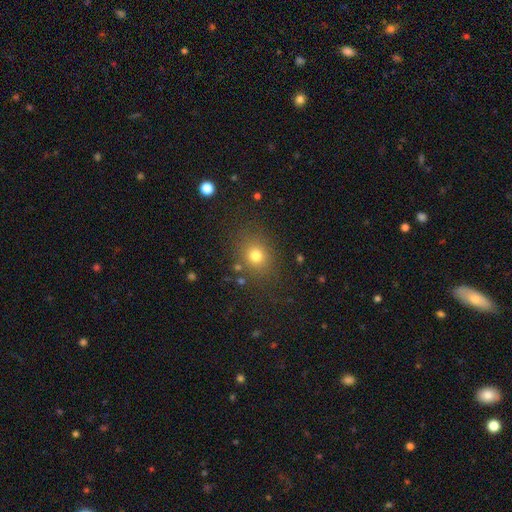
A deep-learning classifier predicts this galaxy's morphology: Q: Smooth or featured?
A: smooth (76%); runner-up: star or artifact (16%)
Q: How rounded?
A: round (70%); runner-up: in between (29%)
Q: Merging?
A: none (82%); runner-up: minor disturbance (11%)